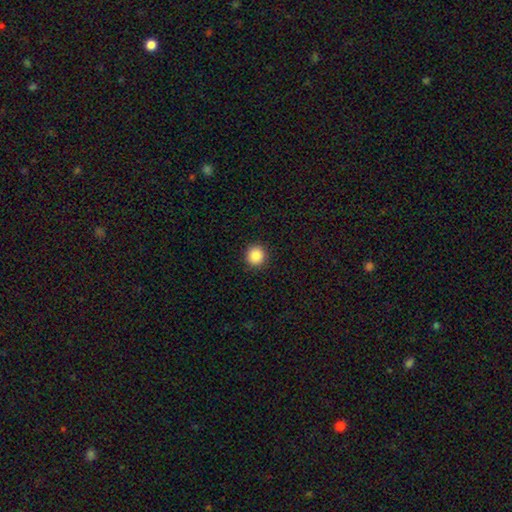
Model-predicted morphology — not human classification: smooth 88%, star or artifact 10%, featured or disk 3%. Down the decision tree: how rounded — round (95%); merging — none (93%).